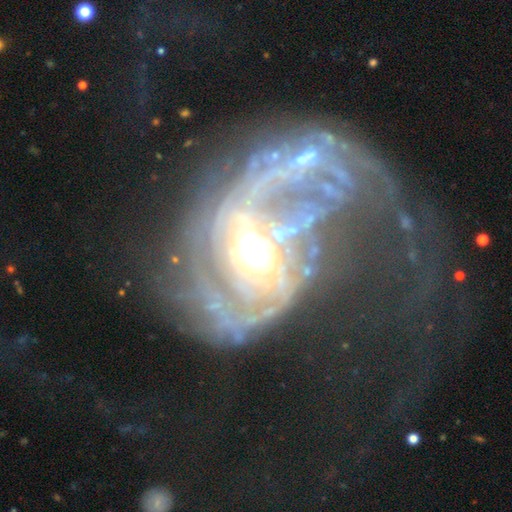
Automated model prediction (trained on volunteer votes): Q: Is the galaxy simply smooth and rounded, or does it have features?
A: featured or disk — 83%.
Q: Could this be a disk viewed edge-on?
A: no — 97%.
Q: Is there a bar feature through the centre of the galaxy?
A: no — 48%.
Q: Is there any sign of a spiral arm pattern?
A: yes — 81%.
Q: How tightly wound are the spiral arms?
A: medium — 37%, tied with loose.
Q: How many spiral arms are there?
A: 2 — 37%.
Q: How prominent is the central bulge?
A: moderate — 61%.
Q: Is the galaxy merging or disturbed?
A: major disturbance — 54%.